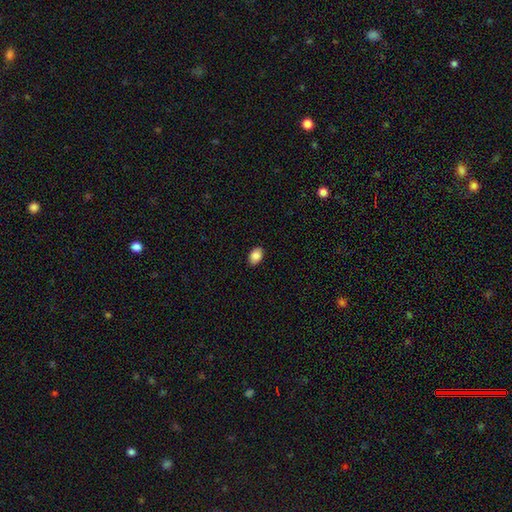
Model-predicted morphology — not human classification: Smooth or featured? Predicted: smooth (p=0.88). How rounded? Predicted: in between (p=0.85). Merging? Predicted: none (p=0.89).